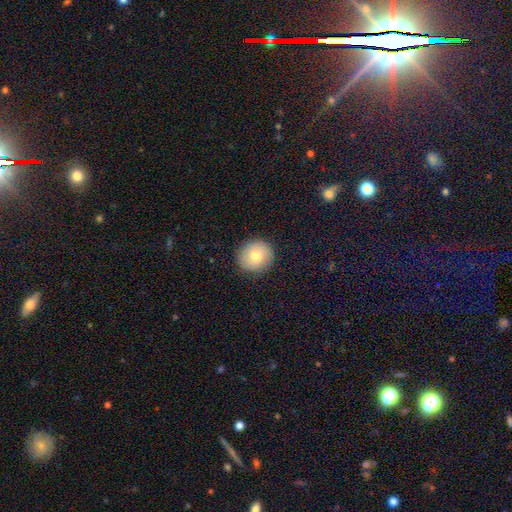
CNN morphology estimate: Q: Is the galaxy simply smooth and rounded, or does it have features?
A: smooth — 73%.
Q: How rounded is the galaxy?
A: round — 87%.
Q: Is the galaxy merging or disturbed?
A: none — 88%.